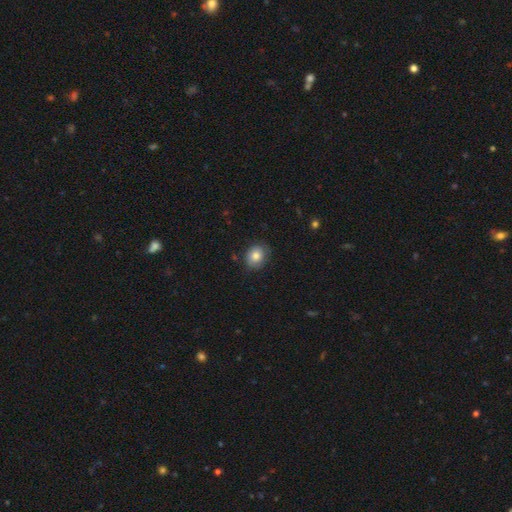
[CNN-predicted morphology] smooth_or_featured: smooth (p=0.81) [alt: featured or disk p=0.10]
how_rounded: round (p=0.60) [alt: in between p=0.39]
merging: none (p=0.80) [alt: minor disturbance p=0.16]